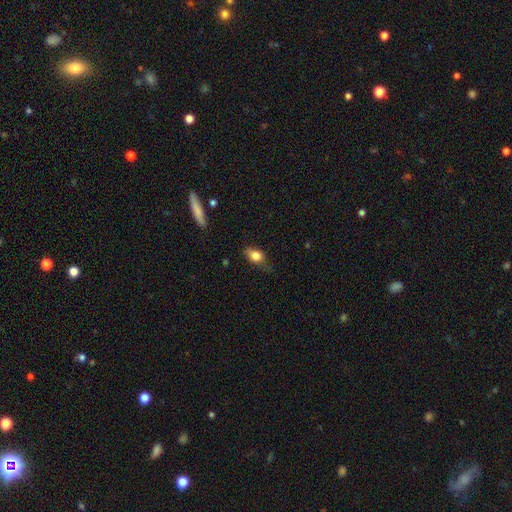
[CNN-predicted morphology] type=smooth (79%); roundness=in between (72%); merging=none (61%).